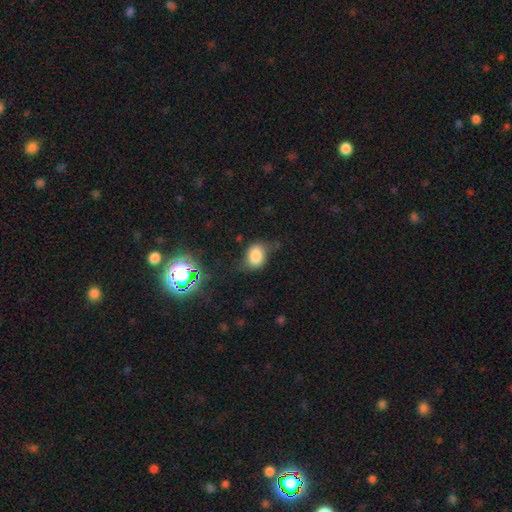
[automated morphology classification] Smooth or featured?
  - smooth: 74% *
  - star or artifact: 14%
  - featured or disk: 12%
How rounded?
  - in between: 64% *
  - round: 35%
  - cigar-shaped: 1%
Merging?
  - none: 57% *
  - minor disturbance: 28%
  - major disturbance: 12%
  - merger: 3%